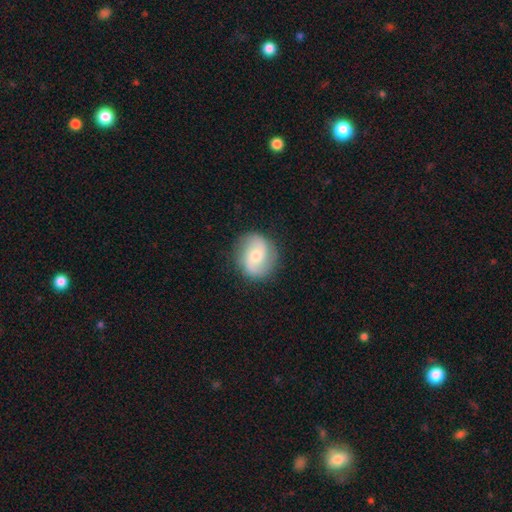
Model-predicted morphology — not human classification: Smooth or featured? featured or disk (67%)
Edge-on disk? no (97%)
Bar? no (54%)
Spiral arms? yes (91%)
Spiral winding? medium (43%)
Spiral arm count? 2 (88%)
Bulge size? moderate (58%)
Merging? none (85%)